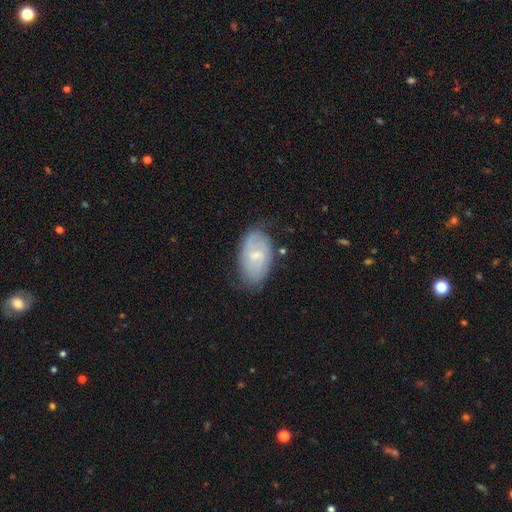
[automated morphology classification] type=featured or disk (54%); edge-on=no (94%); bar=weak (56%); spiral arms=yes (77%); bulge=small (55%); merging=none (69%).